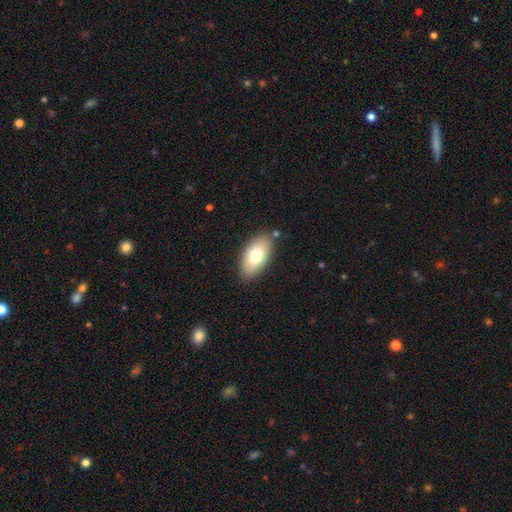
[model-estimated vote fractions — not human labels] A smooth galaxy with no disk features (74%) that is in between round and cigar-shaped (93%).

Vote fractions:
- Smooth or featured? smooth: 74% / featured or disk: 20% / star or artifact: 7%
- How rounded? in between: 93% / cigar-shaped: 4% / round: 3%
- Merging? none: 83% / minor disturbance: 11% / merger: 3% / major disturbance: 3%